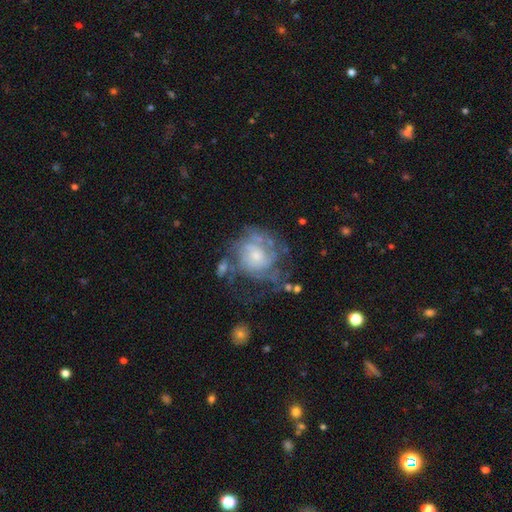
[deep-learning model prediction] This is likely a featured or disk galaxy (72%). It is clearly not viewed edge-on (98%). Bar: likely no (74%). Spiral arm pattern: likely yes (77%). Spiral arm count: possibly can't tell (51%). Spiral winding: possibly tight (54%). Central bulge: possibly small (52%). Merging: marginally none (42%).